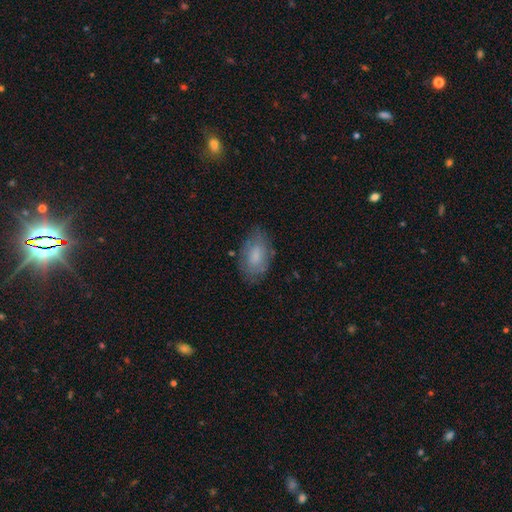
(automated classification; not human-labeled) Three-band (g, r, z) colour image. It shows a smooth galaxy with no disk features (69%) that is in between round and cigar-shaped (92%). Merging: none (72%).